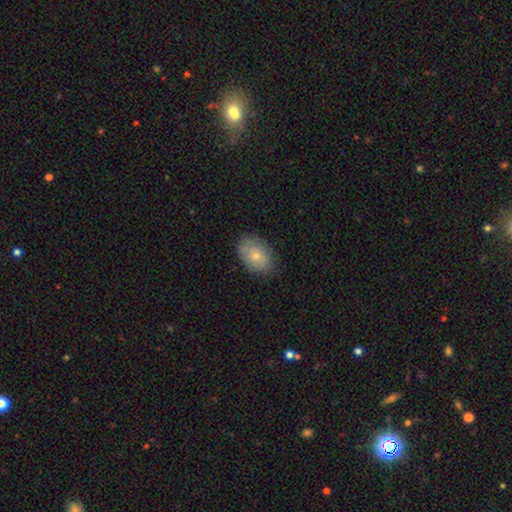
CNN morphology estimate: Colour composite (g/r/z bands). It shows a smooth galaxy with no disk features (75%) that is in between round and cigar-shaped (81%). Merging: none (77%).